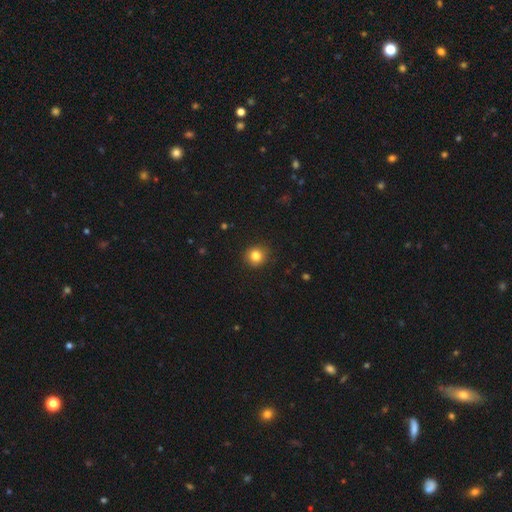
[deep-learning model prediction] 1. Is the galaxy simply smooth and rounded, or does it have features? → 83% smooth, 11% star or artifact, 6% featured or disk.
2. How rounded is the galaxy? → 87% round, 12% in between, 1% cigar-shaped.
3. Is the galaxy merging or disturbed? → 89% none, 8% minor disturbance, 2% major disturbance, 1% merger.